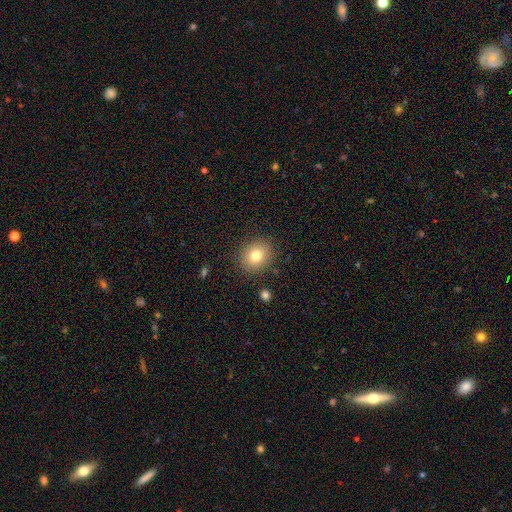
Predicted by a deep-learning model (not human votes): Smooth or featured? smooth (78%)
How rounded? round (68%)
Merging? none (87%)